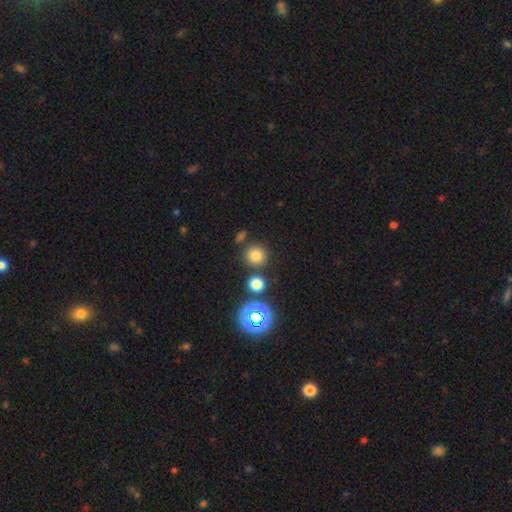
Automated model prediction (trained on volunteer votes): smooth-or-featured: smooth: 75% | star or artifact: 18% | featured or disk: 7%
  how-rounded: round: 92% | in between: 7% | cigar-shaped: 1%
  merging: none: 80% | merger: 9% | minor disturbance: 8% | major disturbance: 3%